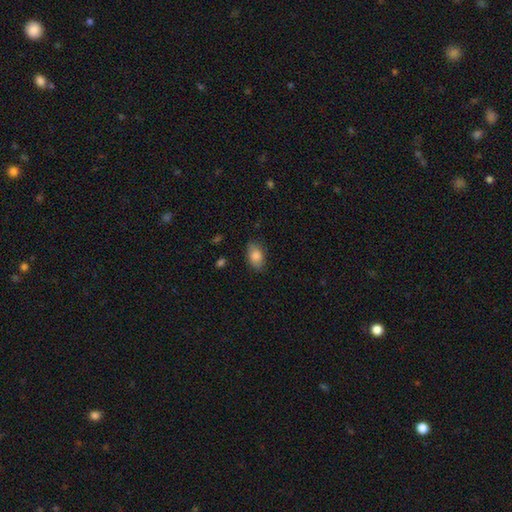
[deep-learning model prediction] A smooth galaxy with no disk features (84%) that is in between round and cigar-shaped (89%). Merging: none (81%).